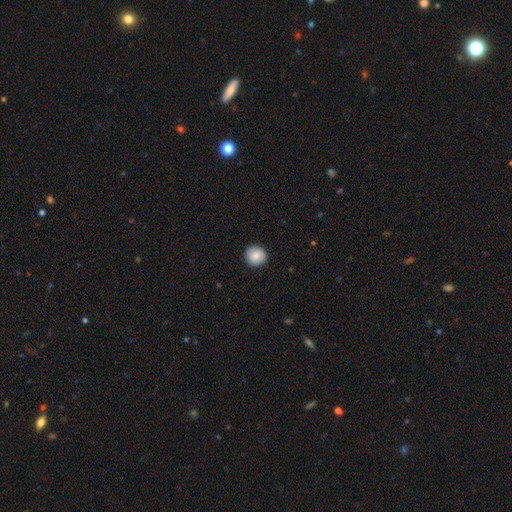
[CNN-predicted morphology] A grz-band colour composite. It shows a smooth galaxy with no disk features (87%) that is round (92%). Merging: none (89%).